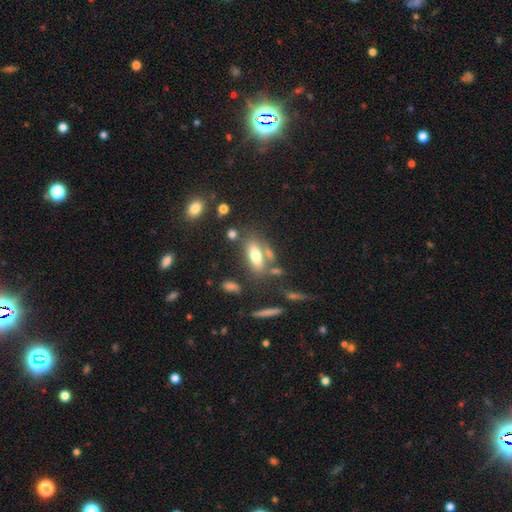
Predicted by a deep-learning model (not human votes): Overall: smooth (68%). How rounded: in between (77%). Merging: none (59%).